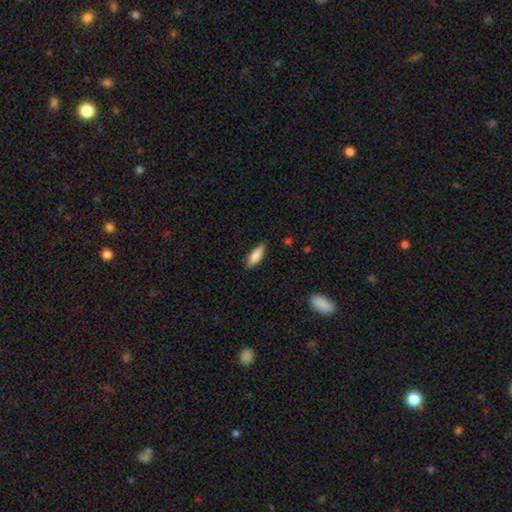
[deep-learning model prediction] smooth 86%, featured or disk 8%, star or artifact 6%. Down the decision tree: how rounded — in between (66%); merging — none (80%).